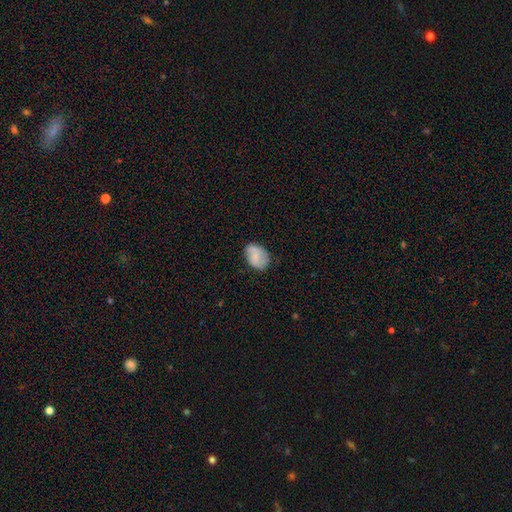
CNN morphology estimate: Smooth or featured?
  - smooth: 68% *
  - featured or disk: 24%
  - star or artifact: 8%
How rounded?
  - in between: 76% *
  - round: 23%
  - cigar-shaped: 1%
Merging?
  - none: 61% *
  - minor disturbance: 28%
  - major disturbance: 8%
  - merger: 3%